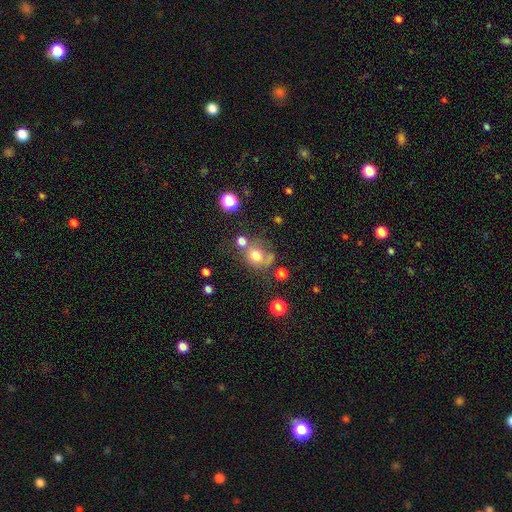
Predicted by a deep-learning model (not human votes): Smooth or featured?
  - smooth: 68% *
  - featured or disk: 17%
  - star or artifact: 15%
How rounded?
  - round: 77% *
  - in between: 22%
  - cigar-shaped: 1%
Merging?
  - none: 47% *
  - merger: 21%
  - minor disturbance: 18%
  - major disturbance: 14%